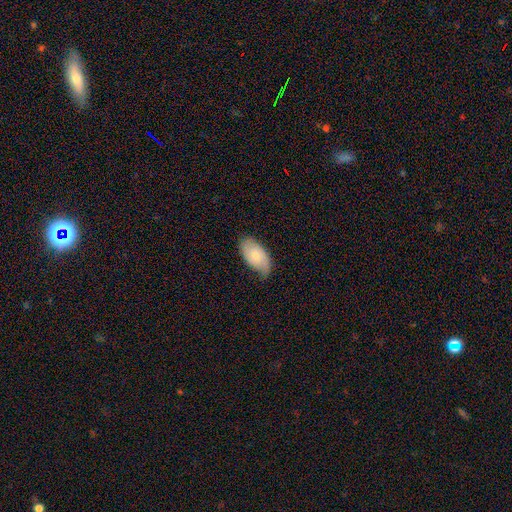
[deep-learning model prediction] Smooth or featured? smooth (72%)
How rounded? in between (95%)
Merging? none (66%)